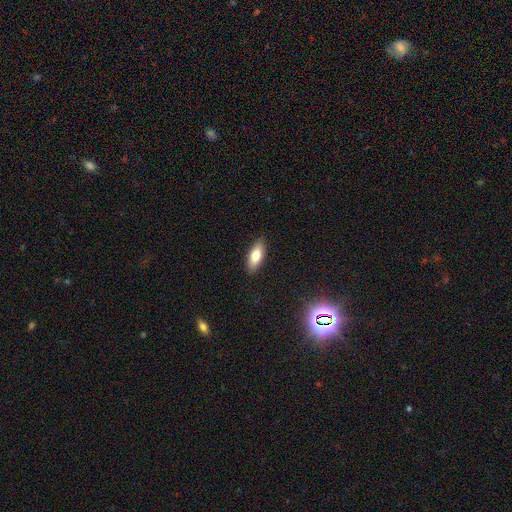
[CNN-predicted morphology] Smooth or featured? smooth (78%)
How rounded? in between (77%)
Merging? none (88%)